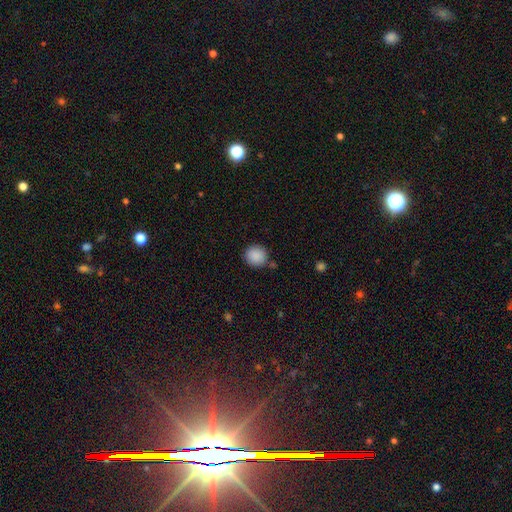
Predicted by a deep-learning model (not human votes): This is clearly a smooth galaxy (89%). How rounded: clearly round (89%). Merging: clearly none (83%).